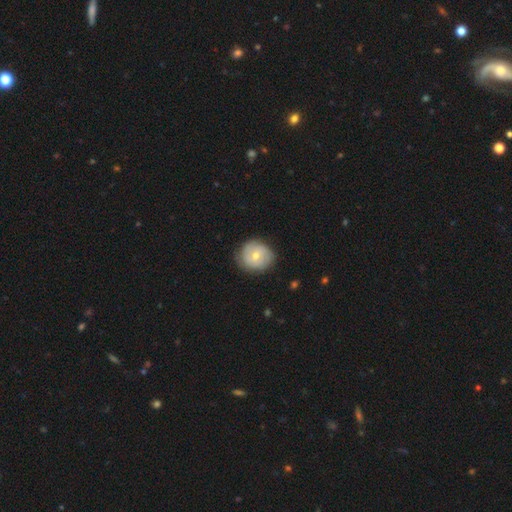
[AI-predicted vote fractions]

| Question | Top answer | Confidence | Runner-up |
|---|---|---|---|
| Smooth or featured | featured or disk | 53% | smooth (41%) |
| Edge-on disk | no | 97% | yes (3%) |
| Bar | no | 65% | weak (30%) |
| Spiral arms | yes | 78% | no (22%) |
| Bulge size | moderate | 53% | small (44%) |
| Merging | none | 78% | minor disturbance (16%) |